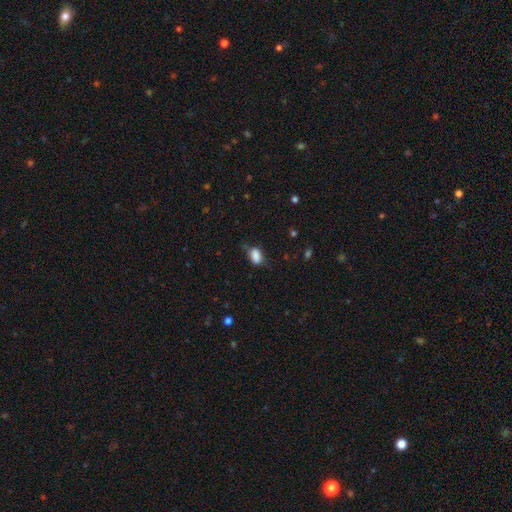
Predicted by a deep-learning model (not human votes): A smooth galaxy with no disk features (83%) that is in between round and cigar-shaped (86%).

Vote fractions:
- Smooth or featured? smooth: 83% / star or artifact: 9% / featured or disk: 8%
- How rounded? in between: 86% / round: 10% / cigar-shaped: 4%
- Merging? none: 55% / minor disturbance: 31% / major disturbance: 11% / merger: 2%